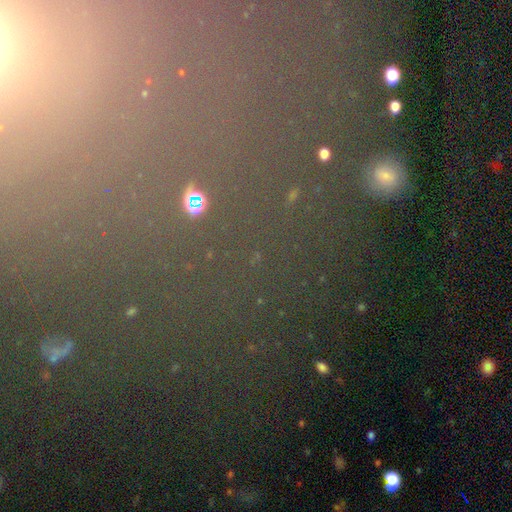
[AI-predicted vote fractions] Q: Smooth or featured?
A: star or artifact (66%); runner-up: smooth (22%)